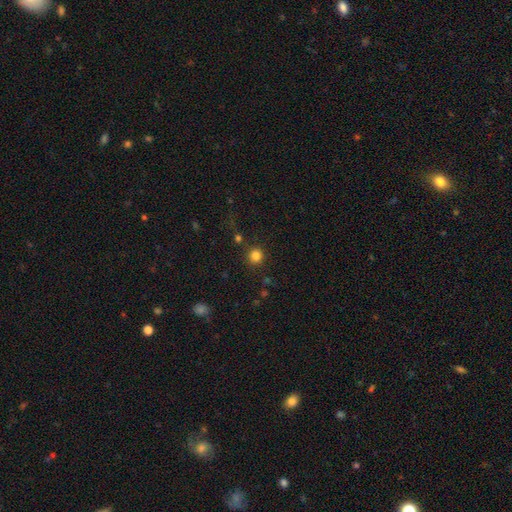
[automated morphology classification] A smooth galaxy with no disk features (83%) that is round (93%). Merging: none (87%).